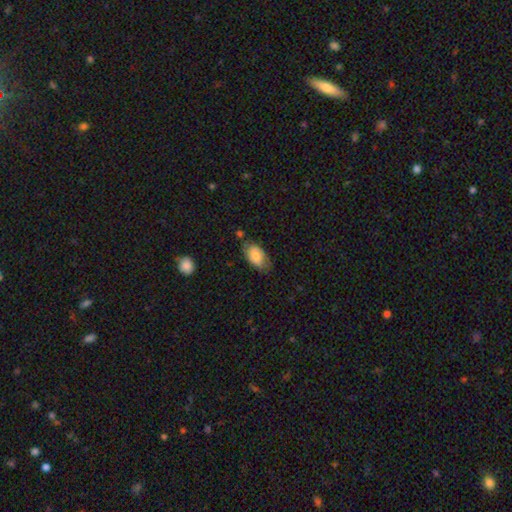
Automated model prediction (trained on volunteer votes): The model was most divided on "merging": none: 62%, minor disturbance: 27%, major disturbance: 7%, merger: 4%. More confident: how rounded — in between (93%); smooth or featured — smooth (78%).